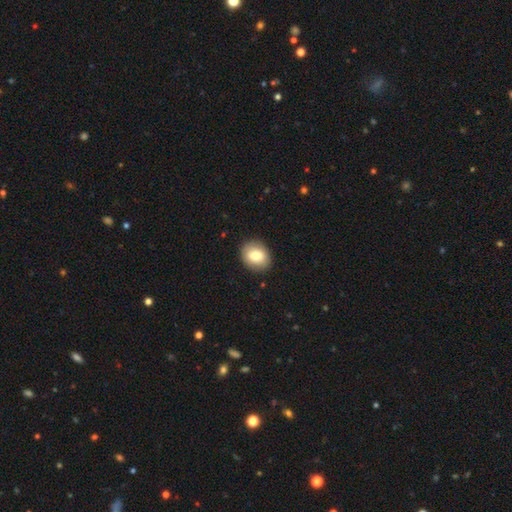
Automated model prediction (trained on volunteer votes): The model was most divided on "how rounded": in between: 50%, round: 49%, cigar-shaped: 1%. More confident: merging — none (88%); smooth or featured — smooth (79%).